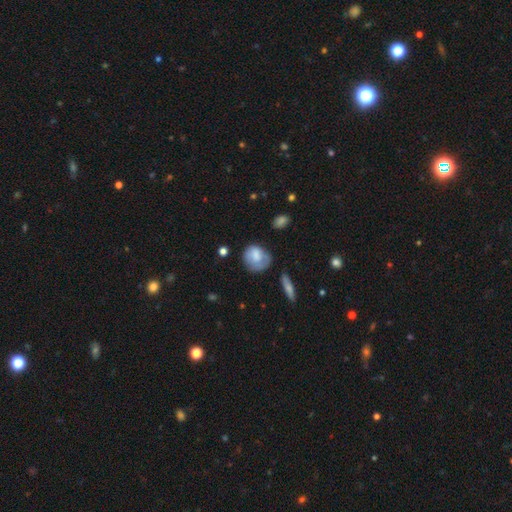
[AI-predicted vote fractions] Smooth or featured: smooth — 72% (featured or disk — 20%)
How rounded: round — 68% (in between — 30%)
Merging: none — 52% (minor disturbance — 30%)